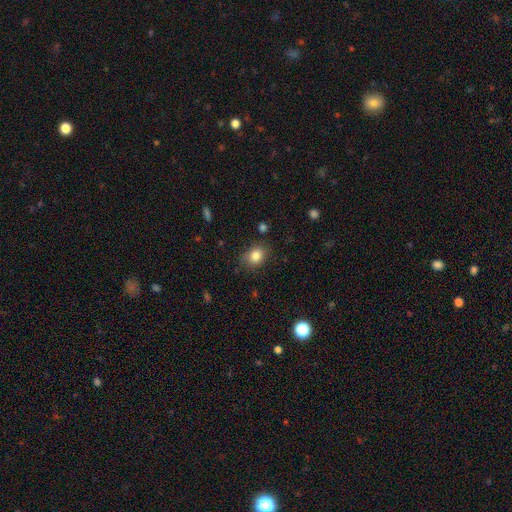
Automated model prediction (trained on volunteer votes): Morphology: type=smooth (83%); roundness=in between (54%); merging=none (81%).